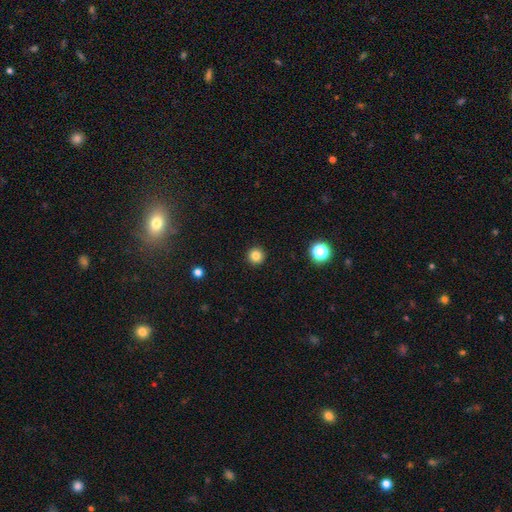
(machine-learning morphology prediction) smooth_or_featured: smooth (p=0.83) [alt: star or artifact p=0.12]
how_rounded: round (p=0.96) [alt: in between p=0.03]
merging: none (p=0.93) [alt: minor disturbance p=0.04]